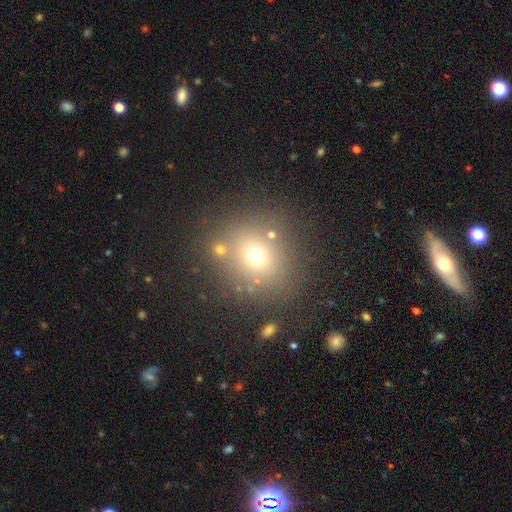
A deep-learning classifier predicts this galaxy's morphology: smooth 66%, star or artifact 21%, featured or disk 13%. Down the decision tree: how rounded — round (79%); merging — none (77%).